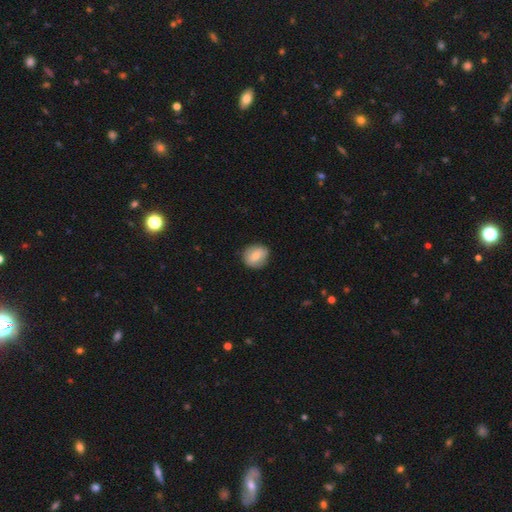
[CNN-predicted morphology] A smooth galaxy with no disk features (72%) that is round (75%). Merging: none (83%).